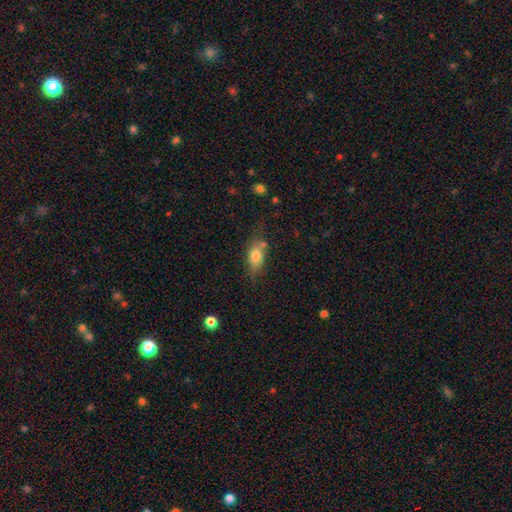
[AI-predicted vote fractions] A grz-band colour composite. It shows a smooth galaxy with no disk features (74%) that is in between round and cigar-shaped (80%). Merging: none (61%).